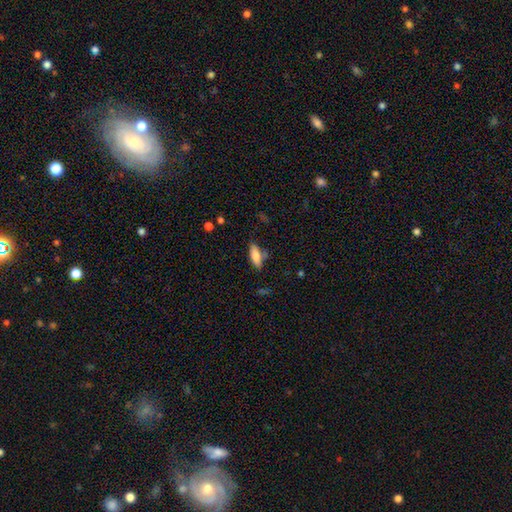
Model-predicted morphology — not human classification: A smooth galaxy with no disk features (78%) that is in between round and cigar-shaped (72%).

Vote fractions:
- Smooth or featured? smooth: 78% / featured or disk: 15% / star or artifact: 7%
- How rounded? in between: 72% / cigar-shaped: 26% / round: 2%
- Merging? none: 71% / minor disturbance: 18% / merger: 6% / major disturbance: 5%